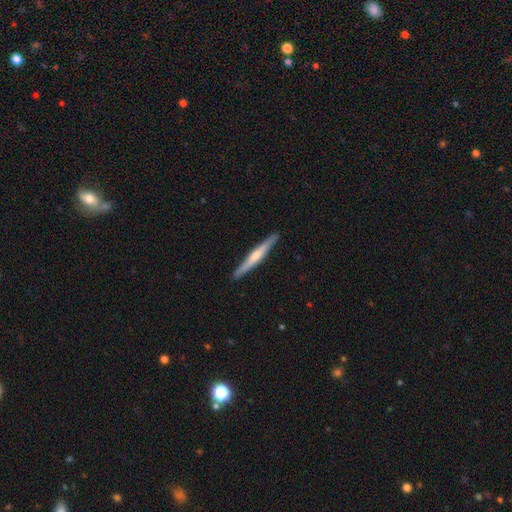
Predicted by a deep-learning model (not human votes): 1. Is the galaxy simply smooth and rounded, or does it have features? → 54% featured or disk, 41% smooth, 5% star or artifact.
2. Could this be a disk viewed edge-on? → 97% yes, 3% no.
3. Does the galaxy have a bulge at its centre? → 53% rounded, 32% none, 15% boxy.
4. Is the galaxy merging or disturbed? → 91% none, 7% minor disturbance, 1% major disturbance, 1% merger.